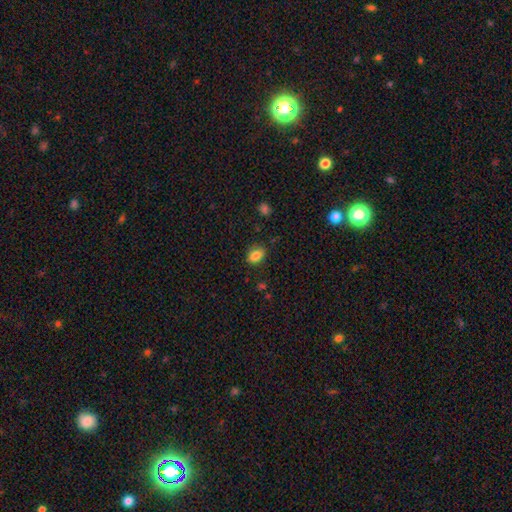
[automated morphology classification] smooth 84%, star or artifact 9%, featured or disk 7%. Down the decision tree: how rounded — in between (75%); merging — none (82%).